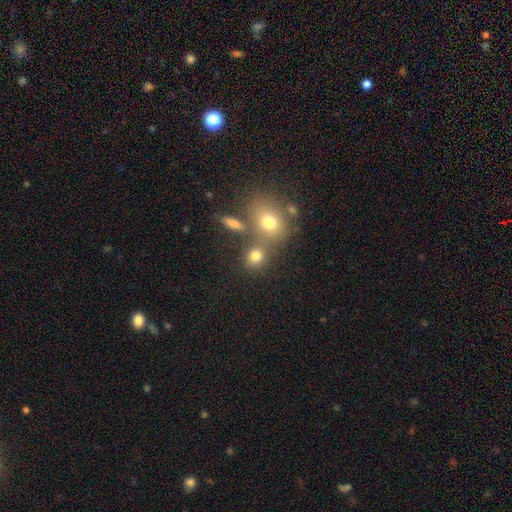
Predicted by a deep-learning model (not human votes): Smooth or featured?
  - smooth: 76% *
  - star or artifact: 14%
  - featured or disk: 10%
How rounded?
  - round: 72% *
  - in between: 26%
  - cigar-shaped: 2%
Merging?
  - none: 56% *
  - merger: 30%
  - minor disturbance: 9%
  - major disturbance: 5%